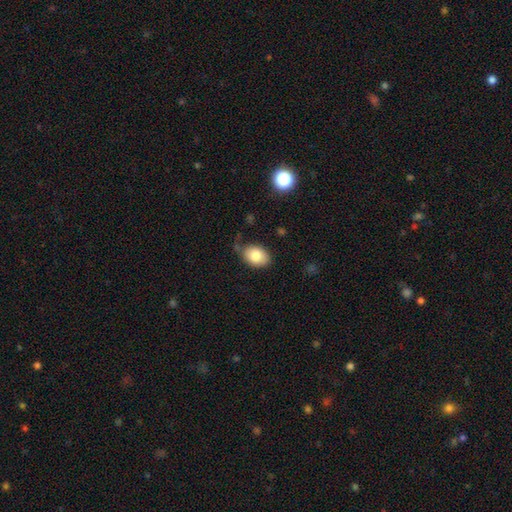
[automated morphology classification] The model was most divided on "how rounded": in between: 72%, round: 28%, cigar-shaped: 1%. More confident: smooth or featured — smooth (82%); merging — none (67%).